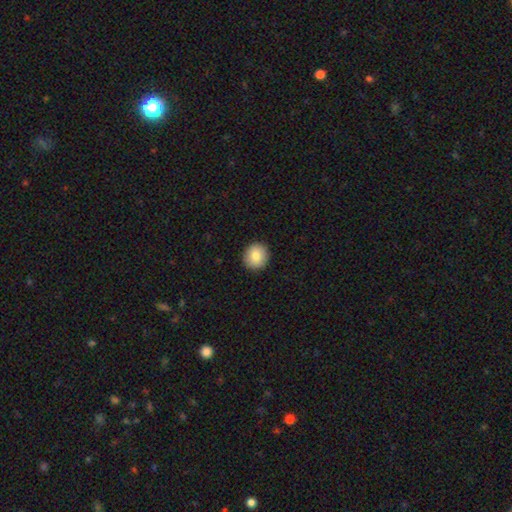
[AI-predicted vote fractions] This is clearly a smooth galaxy (84%). How rounded: clearly round (90%). Merging: clearly none (92%).